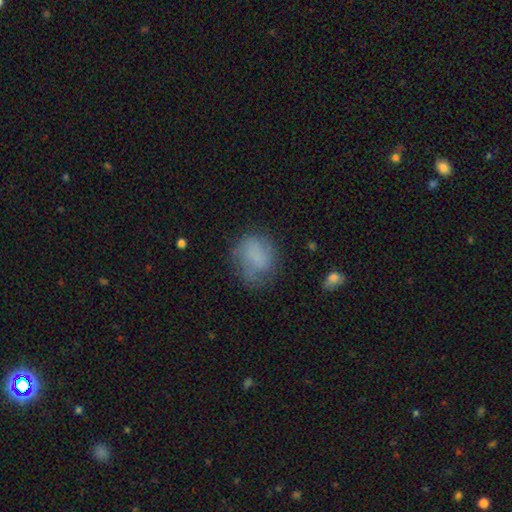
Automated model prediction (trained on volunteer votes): Overall: smooth (69%). How rounded: round (53%; in between 46%). Merging: none (51%; minor disturbance 29%).